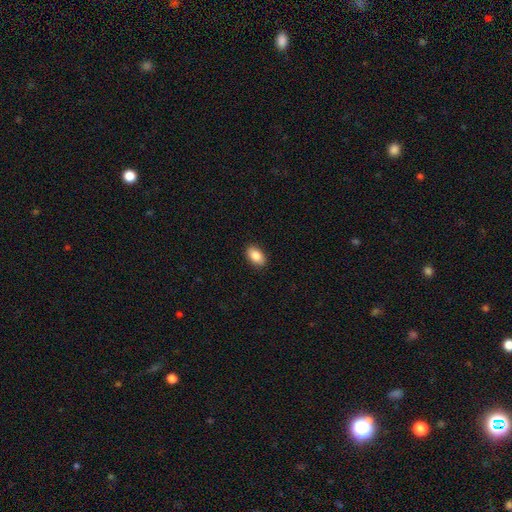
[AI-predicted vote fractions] The model was most divided on "smooth or featured": smooth: 87%, star or artifact: 7%, featured or disk: 6%. More confident: how rounded — in between (92%); merging — none (90%).